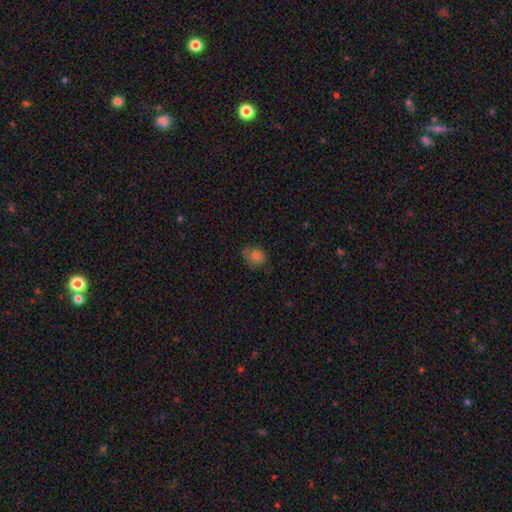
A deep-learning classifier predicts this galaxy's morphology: Smooth or featured: smooth — 76% (featured or disk — 13%)
How rounded: round — 58% (in between — 41%)
Merging: none — 59% (minor disturbance — 29%)